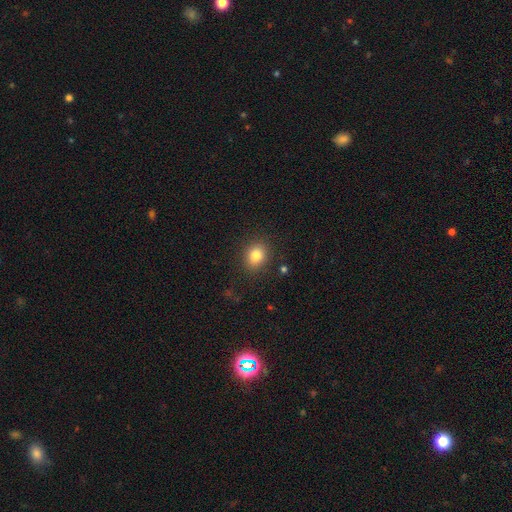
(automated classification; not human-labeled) Smooth or featured?
  - smooth: 81% *
  - star or artifact: 11%
  - featured or disk: 7%
How rounded?
  - round: 61% *
  - in between: 38%
  - cigar-shaped: 1%
Merging?
  - none: 87% *
  - minor disturbance: 9%
  - major disturbance: 3%
  - merger: 1%